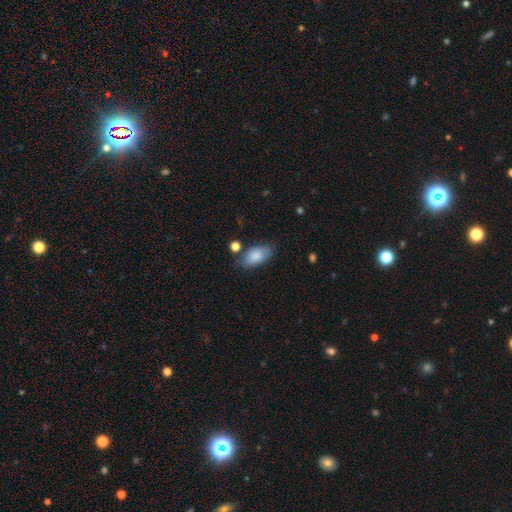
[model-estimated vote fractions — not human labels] Smooth or featured?
  - smooth: 84% *
  - featured or disk: 9%
  - star or artifact: 7%
How rounded?
  - in between: 92% *
  - round: 5%
  - cigar-shaped: 3%
Merging?
  - none: 68% *
  - minor disturbance: 20%
  - major disturbance: 6%
  - merger: 6%